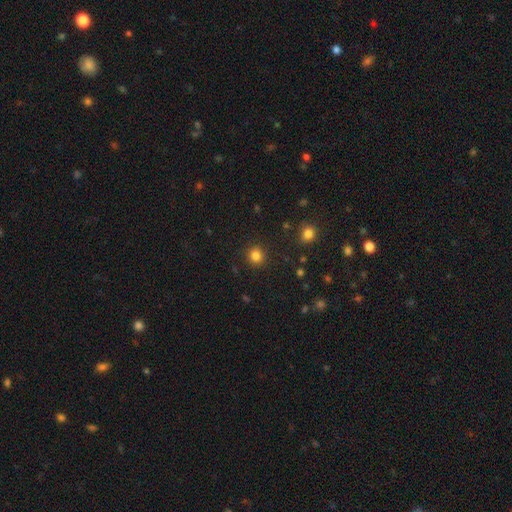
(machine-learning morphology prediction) smooth 83%, star or artifact 13%, featured or disk 5%. Down the decision tree: how rounded — round (89%); merging — none (90%).